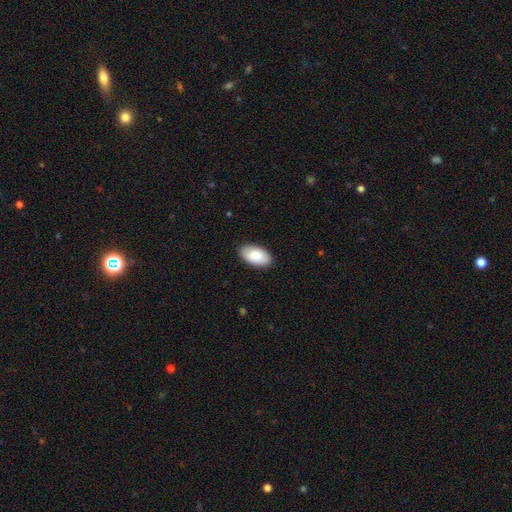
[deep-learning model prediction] Q: Smooth or featured?
A: smooth (86%); runner-up: featured or disk (9%)
Q: How rounded?
A: in between (96%); runner-up: round (3%)
Q: Merging?
A: none (88%); runner-up: minor disturbance (9%)